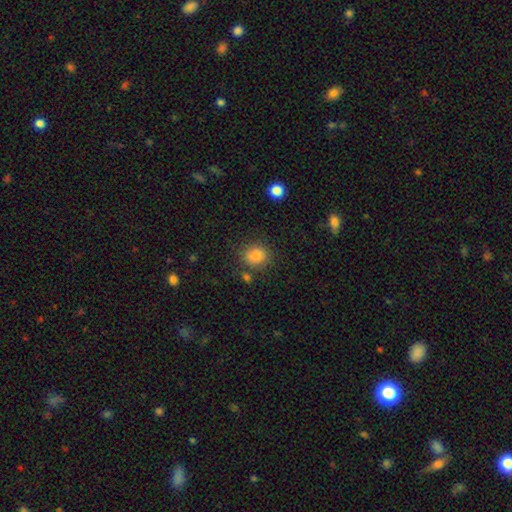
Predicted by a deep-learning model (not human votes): smooth 84%, star or artifact 11%, featured or disk 6%. Down the decision tree: how rounded — round (72%); merging — none (80%).